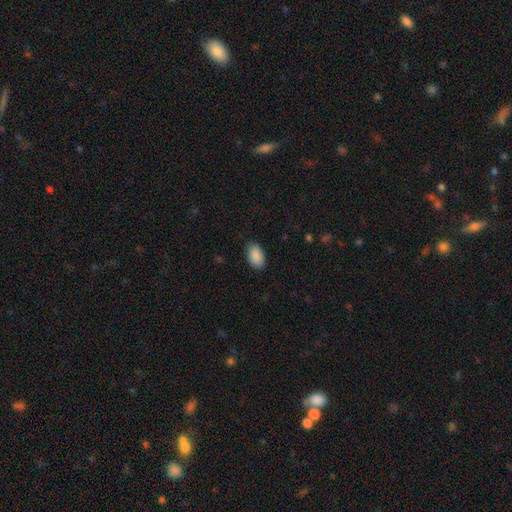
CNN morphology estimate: smooth 90%, star or artifact 7%, featured or disk 4%. Down the decision tree: how rounded — in between (93%); merging — none (83%).